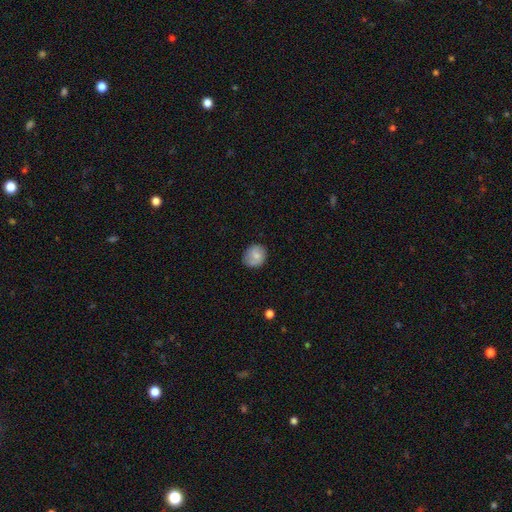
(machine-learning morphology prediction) Smooth or featured?
  - smooth: 76% *
  - featured or disk: 16%
  - star or artifact: 8%
How rounded?
  - round: 74% *
  - in between: 25%
  - cigar-shaped: 1%
Merging?
  - none: 75% *
  - minor disturbance: 19%
  - major disturbance: 4%
  - merger: 2%